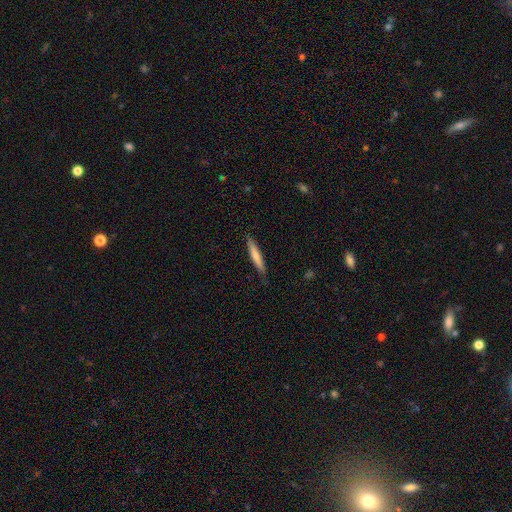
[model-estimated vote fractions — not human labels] A smooth galaxy with no disk features (70%) that is cigar-shaped (92%). Merging: none (85%).